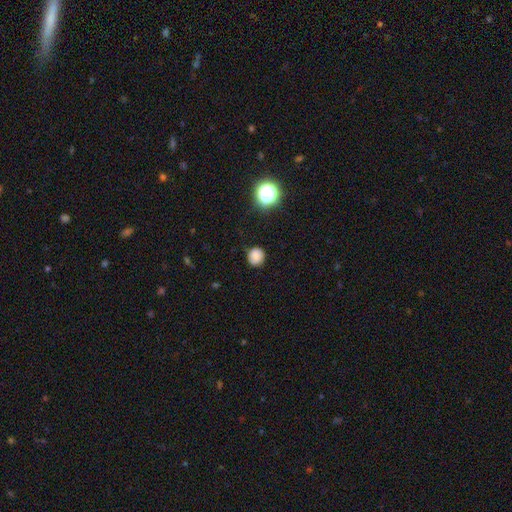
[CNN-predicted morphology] smooth-or-featured: smooth: 81% | star or artifact: 13% | featured or disk: 5%
  how-rounded: round: 87% | in between: 12% | cigar-shaped: 1%
  merging: none: 84% | minor disturbance: 12% | major disturbance: 3% | merger: 1%